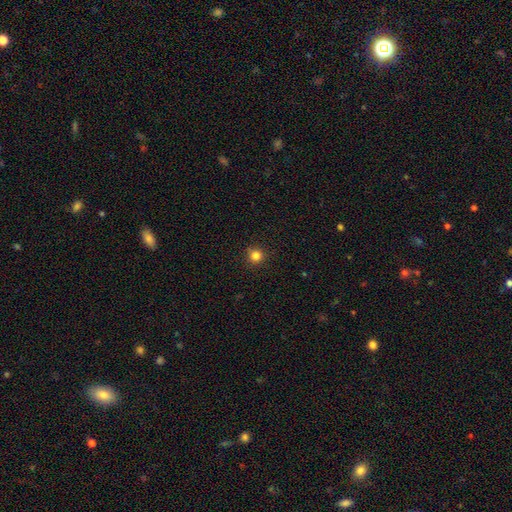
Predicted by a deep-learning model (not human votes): smooth_or_featured: smooth (p=0.82) [alt: star or artifact p=0.13]
how_rounded: round (p=0.94) [alt: in between p=0.05]
merging: none (p=0.91) [alt: minor disturbance p=0.06]